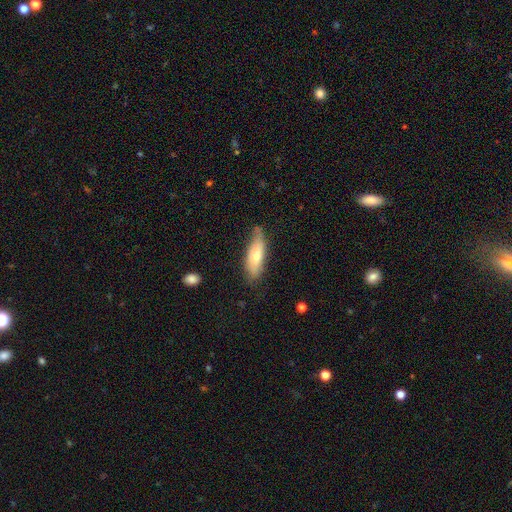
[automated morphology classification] smooth 59%, featured or disk 34%, star or artifact 7%. Down the decision tree: how rounded — in between (59%); merging — none (63%).